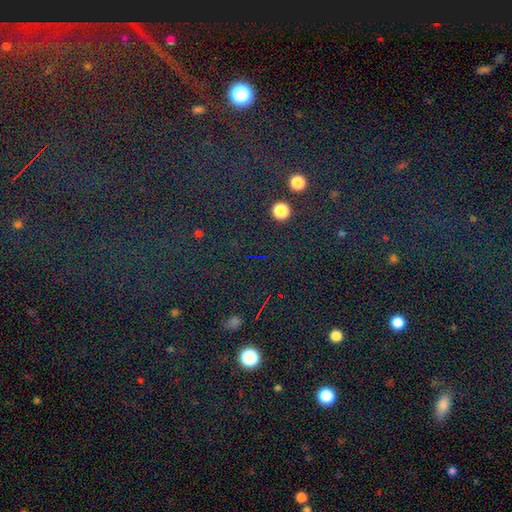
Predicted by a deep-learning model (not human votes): Morphology: type=star or artifact (76%).